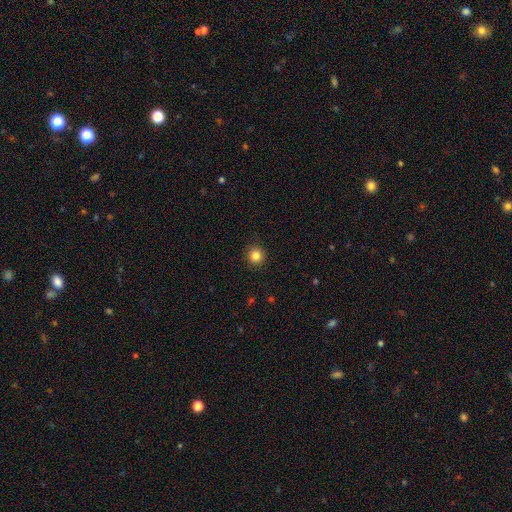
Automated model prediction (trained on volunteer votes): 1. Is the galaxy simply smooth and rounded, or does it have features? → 84% smooth, 11% star or artifact, 4% featured or disk.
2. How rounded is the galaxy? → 94% round, 5% in between, 1% cigar-shaped.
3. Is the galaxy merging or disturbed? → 91% none, 6% minor disturbance, 2% major disturbance, 1% merger.